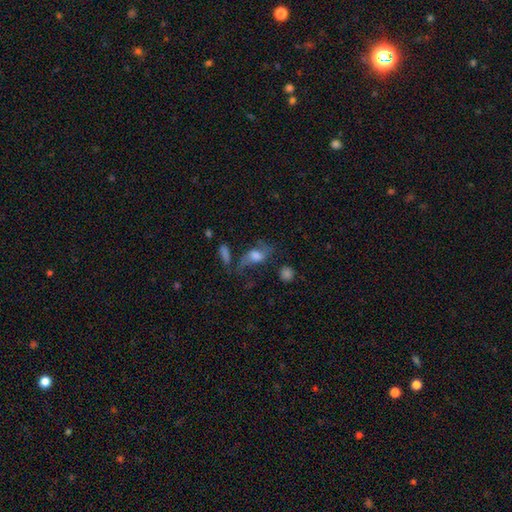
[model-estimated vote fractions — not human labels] Smooth or featured?
  - featured or disk: 44% *
  - smooth: 42%
  - star or artifact: 13%
Merging?
  - none: 43% *
  - major disturbance: 27%
  - minor disturbance: 21%
  - merger: 9%